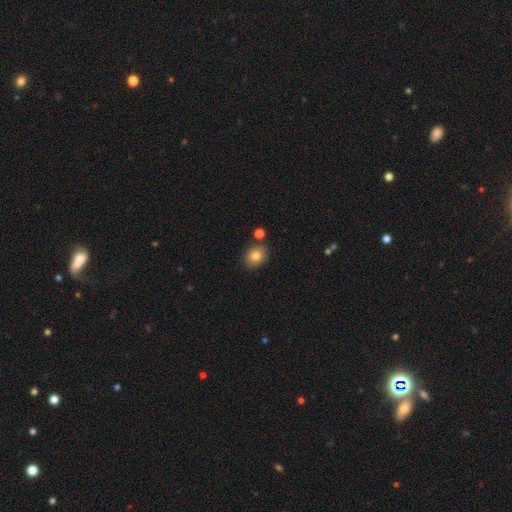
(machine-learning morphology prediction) Smooth or featured: smooth — 80% (star or artifact — 10%)
How rounded: round — 54% (in between — 45%)
Merging: none — 81% (minor disturbance — 10%)